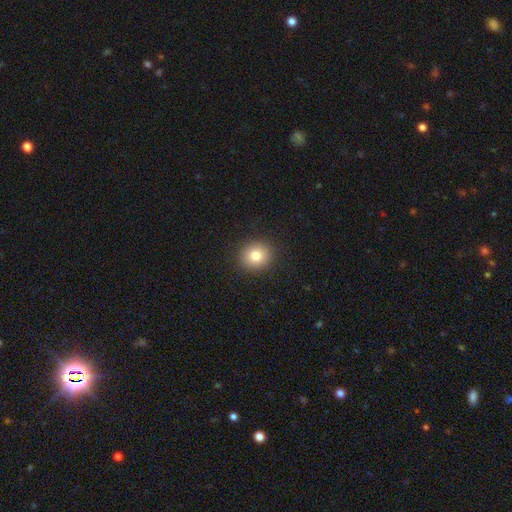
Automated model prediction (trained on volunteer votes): Smooth or featured: smooth — 83% (star or artifact — 10%)
How rounded: round — 81% (in between — 18%)
Merging: none — 91% (minor disturbance — 6%)